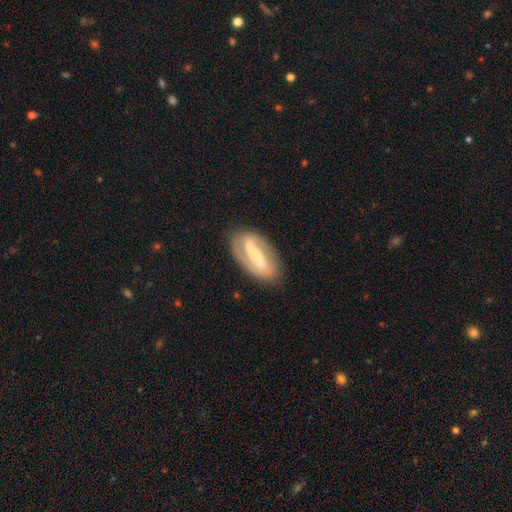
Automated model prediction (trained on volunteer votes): featured or disk 79%, smooth 16%, star or artifact 5%. Down the decision tree: edge-on disk — no (91%); bar — strong (73%); spiral arms — yes (79%); spiral arm count — 2 (84%); spiral winding — medium (39%); bulge size — small (52%); merging — none (82%).